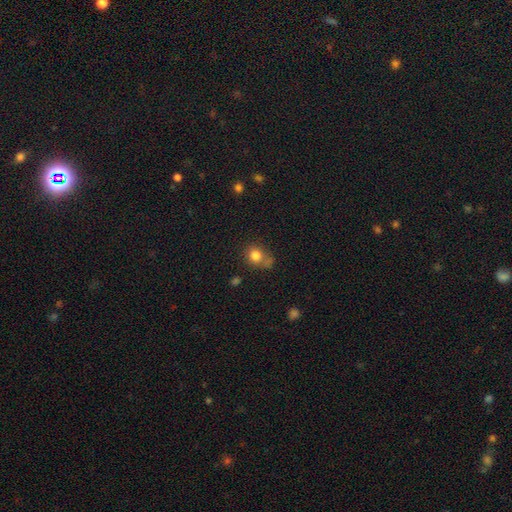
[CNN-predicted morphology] A smooth galaxy with no disk features (80%) that is round (69%). Merging: none (50%).